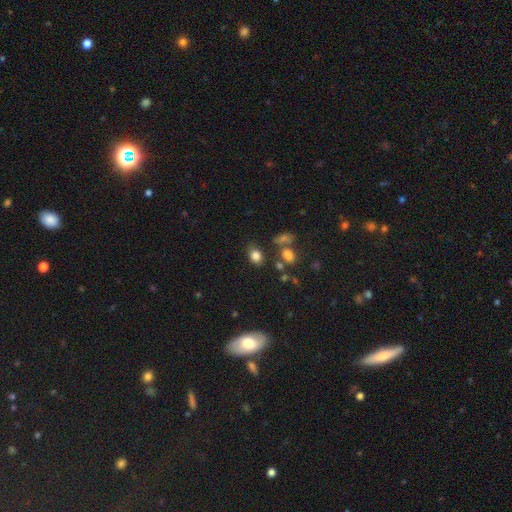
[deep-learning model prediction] Morphology: type=smooth (81%); roundness=in between (67%); merging=none (73%).